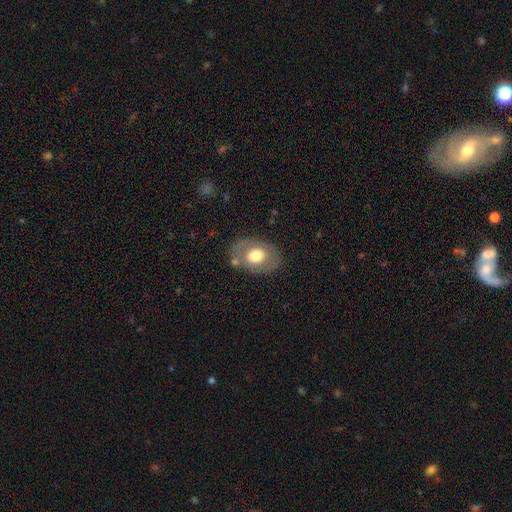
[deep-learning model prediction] This is possibly a smooth galaxy (59%). How rounded: likely in between (71%). Merging: likely none (72%).